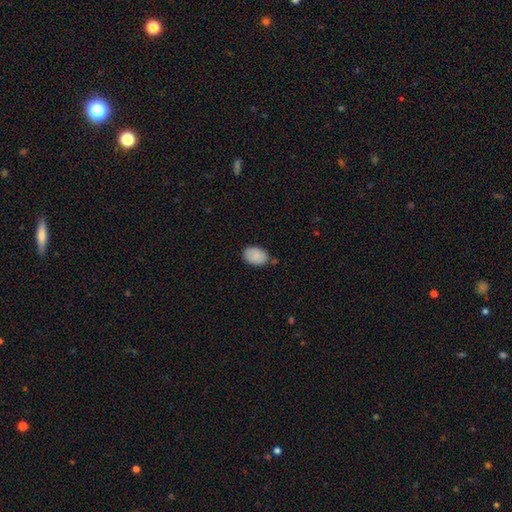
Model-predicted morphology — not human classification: The model was most divided on "merging": none: 78%, minor disturbance: 15%, merger: 4%, major disturbance: 3%. More confident: smooth or featured — smooth (88%); how rounded — in between (88%).